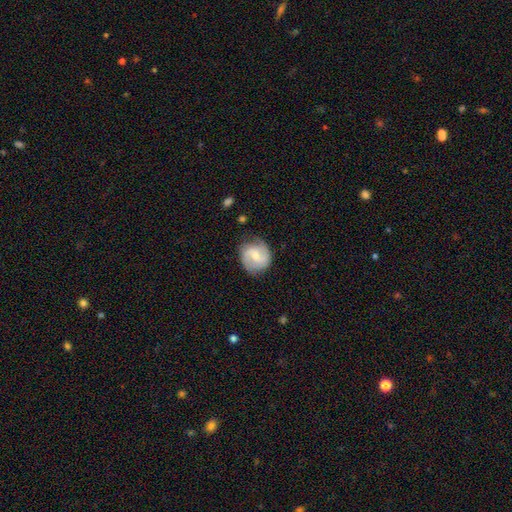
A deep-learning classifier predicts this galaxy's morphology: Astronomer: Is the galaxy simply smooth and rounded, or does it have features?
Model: featured or disk — 77%.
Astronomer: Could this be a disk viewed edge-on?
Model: no — 98%.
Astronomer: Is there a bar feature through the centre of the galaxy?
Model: weak — 52% (runner-up: no, 37%).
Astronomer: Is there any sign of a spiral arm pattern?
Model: yes — 95%.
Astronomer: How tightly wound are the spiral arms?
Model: medium — 50% (runner-up: tight, 31%).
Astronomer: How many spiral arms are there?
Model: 2 — 85%.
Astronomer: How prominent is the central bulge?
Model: small — 50% (runner-up: moderate, 42%).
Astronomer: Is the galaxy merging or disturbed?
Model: none — 77%.